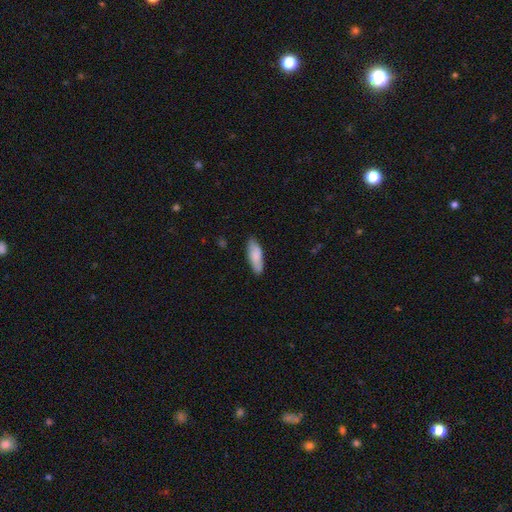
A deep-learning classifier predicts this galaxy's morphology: This appears to be a smooth galaxy with no disk features (83%) that is in between round and cigar-shaped (59%). Merging: none (83%).